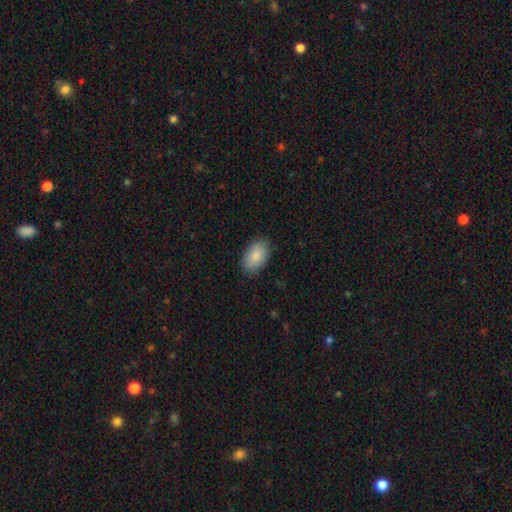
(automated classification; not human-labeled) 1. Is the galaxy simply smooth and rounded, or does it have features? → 86% smooth, 8% featured or disk, 6% star or artifact.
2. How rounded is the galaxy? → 93% in between, 6% round, 1% cigar-shaped.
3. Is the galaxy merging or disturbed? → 86% none, 11% minor disturbance, 2% major disturbance, 1% merger.